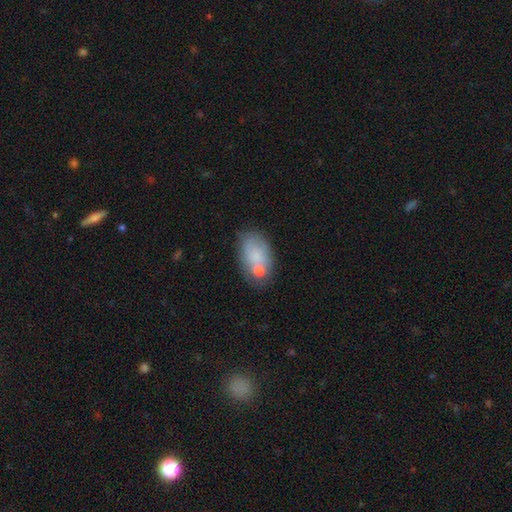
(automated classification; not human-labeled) This appears to be a smooth galaxy with no disk features (68%) that is in between round and cigar-shaped (88%). Merging: none (46%).